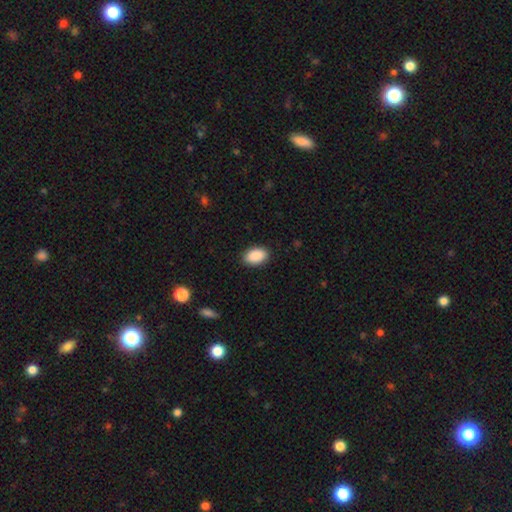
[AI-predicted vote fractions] Overall: smooth (91%). How rounded: in between (92%). Merging: none (89%).